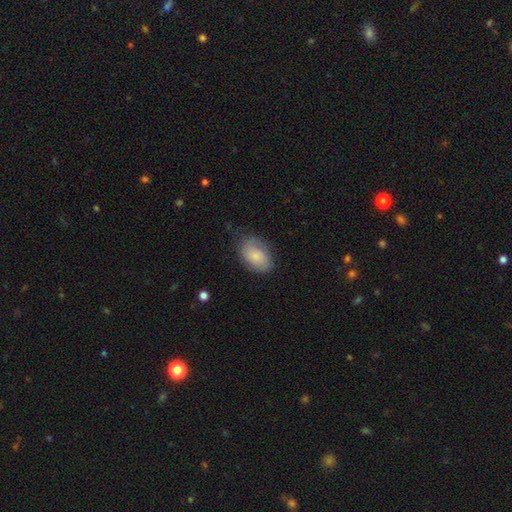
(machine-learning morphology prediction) Smooth or featured?
  - smooth: 73% *
  - featured or disk: 20%
  - star or artifact: 7%
How rounded?
  - in between: 87% *
  - round: 12%
  - cigar-shaped: 1%
Merging?
  - none: 71% *
  - minor disturbance: 21%
  - major disturbance: 7%
  - merger: 1%